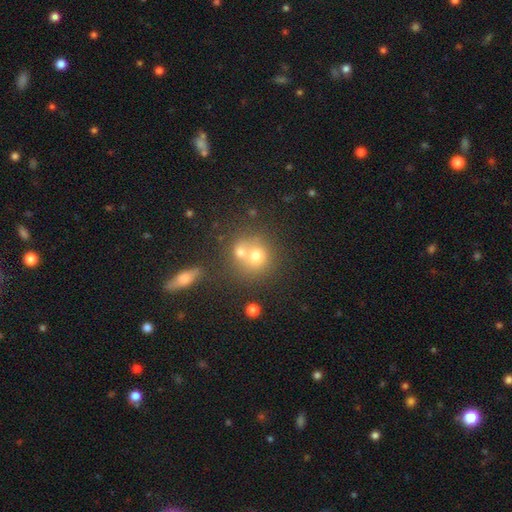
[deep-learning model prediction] Morphology: type=smooth (69%); roundness=round (83%); merging=merger (51%).